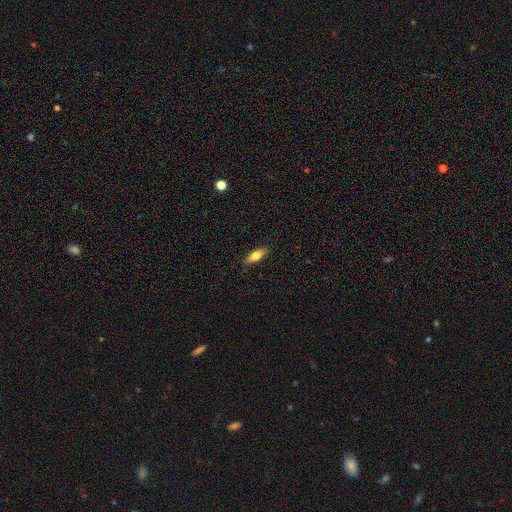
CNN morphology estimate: Smooth or featured? Predicted: smooth (p=0.69). How rounded? Predicted: in between (p=0.63). Merging? Predicted: none (p=0.86).